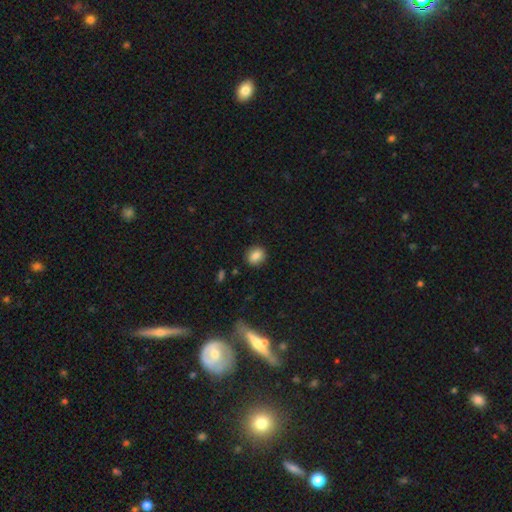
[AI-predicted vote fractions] This is clearly a smooth galaxy (83%). How rounded: likely round (66%). Merging: clearly none (89%).